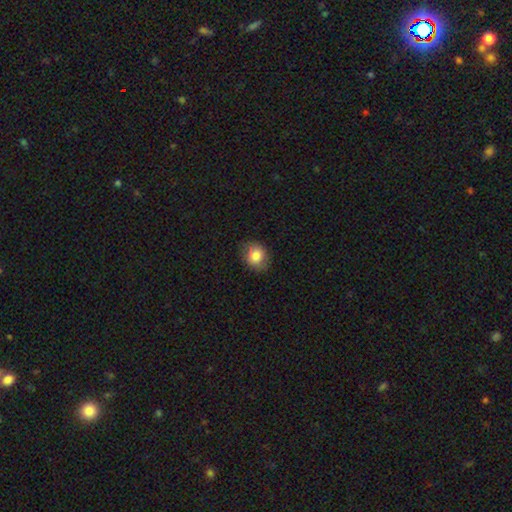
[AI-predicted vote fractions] Smooth or featured?
  - smooth: 81% *
  - featured or disk: 10%
  - star or artifact: 9%
How rounded?
  - round: 66% *
  - in between: 33%
  - cigar-shaped: 1%
Merging?
  - none: 82% *
  - minor disturbance: 14%
  - major disturbance: 3%
  - merger: 1%